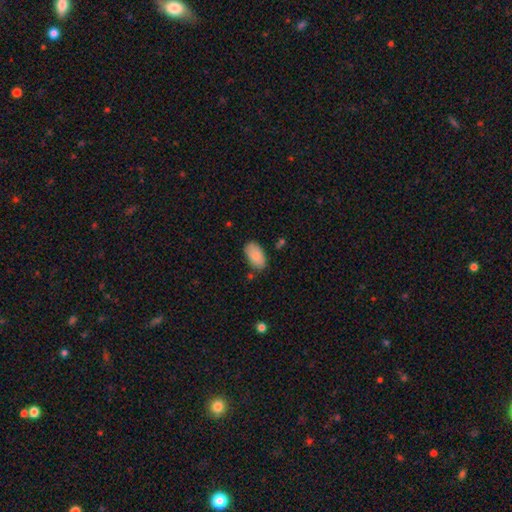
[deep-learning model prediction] This is clearly a smooth galaxy (85%). How rounded: clearly in between (95%). Merging: likely none (75%).